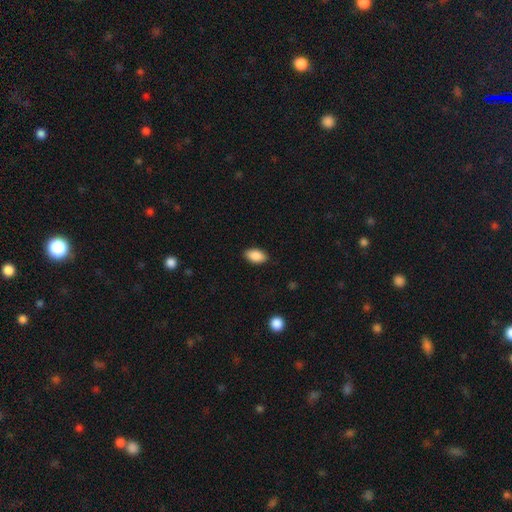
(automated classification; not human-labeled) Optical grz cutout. It shows a smooth galaxy with no disk features (89%) that is in between round and cigar-shaped (93%). Merging: none (88%).